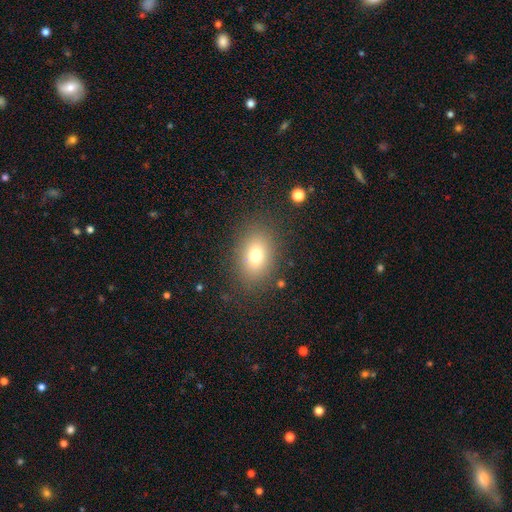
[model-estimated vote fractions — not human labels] Q: Smooth or featured?
A: smooth (75%); runner-up: featured or disk (13%)
Q: How rounded?
A: in between (76%); runner-up: round (22%)
Q: Merging?
A: none (84%); runner-up: minor disturbance (10%)